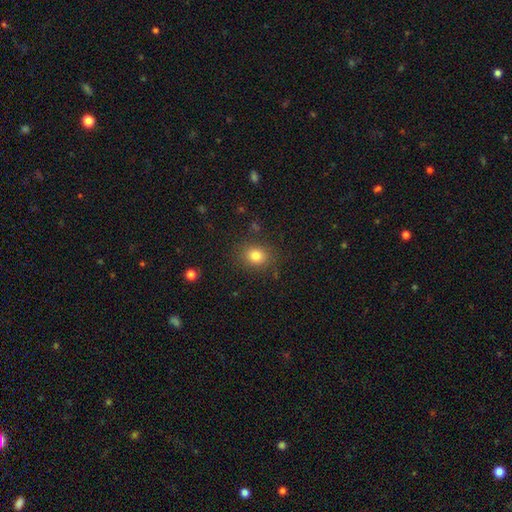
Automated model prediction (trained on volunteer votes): This appears to be a smooth galaxy with no disk features (81%) that is round (67%). Merging: none (84%).